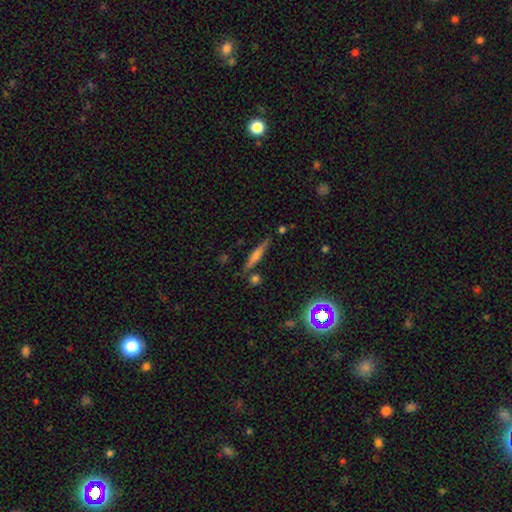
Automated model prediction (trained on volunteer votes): Q: Smooth or featured?
A: featured or disk (51%); runner-up: smooth (37%)
Q: Edge-on disk?
A: yes (94%); runner-up: no (6%)
Q: Merging?
A: none (82%); runner-up: minor disturbance (11%)